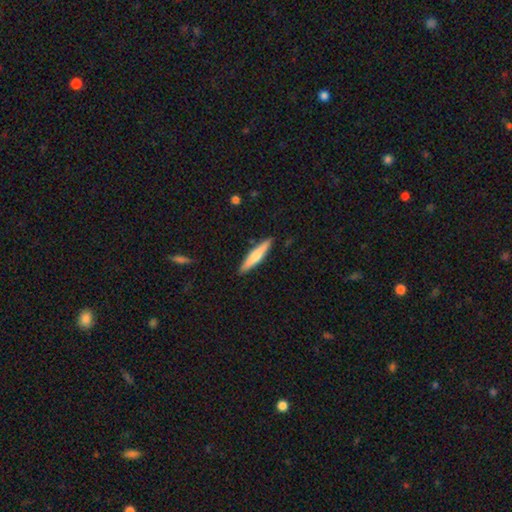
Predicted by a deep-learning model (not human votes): Smooth or featured?
  - smooth: 59% *
  - featured or disk: 36%
  - star or artifact: 5%
How rounded?
  - cigar-shaped: 89% *
  - in between: 10%
  - round: 1%
Merging?
  - none: 90% *
  - minor disturbance: 7%
  - major disturbance: 2%
  - merger: 1%